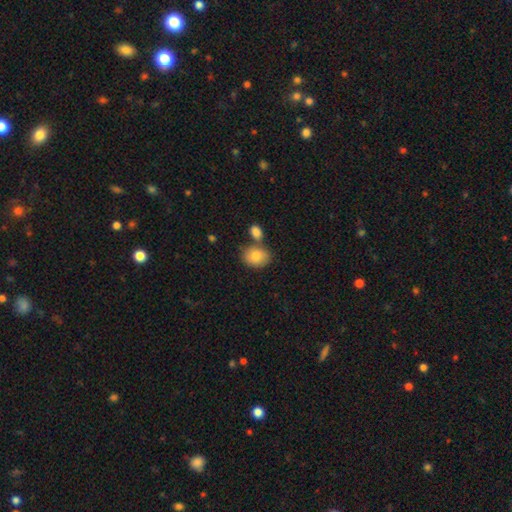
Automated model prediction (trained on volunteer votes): smooth_or_featured: smooth (p=0.83) [alt: featured or disk p=0.10]
how_rounded: in between (p=0.64) [alt: round p=0.35]
merging: none (p=0.56) [alt: merger p=0.27]